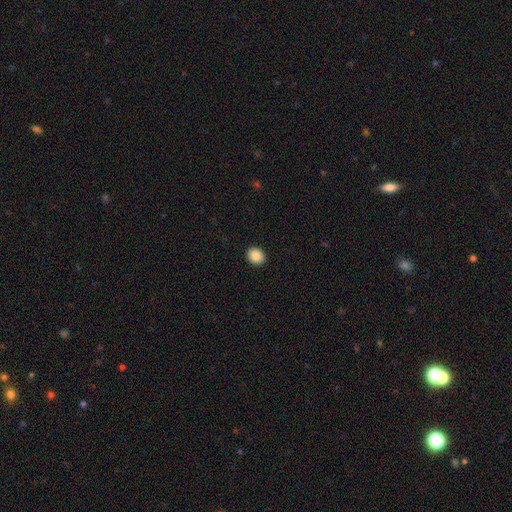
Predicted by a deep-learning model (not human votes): smooth_or_featured: smooth (p=0.88) [alt: star or artifact p=0.08]
how_rounded: round (p=0.60) [alt: in between p=0.39]
merging: none (p=0.92) [alt: minor disturbance p=0.05]